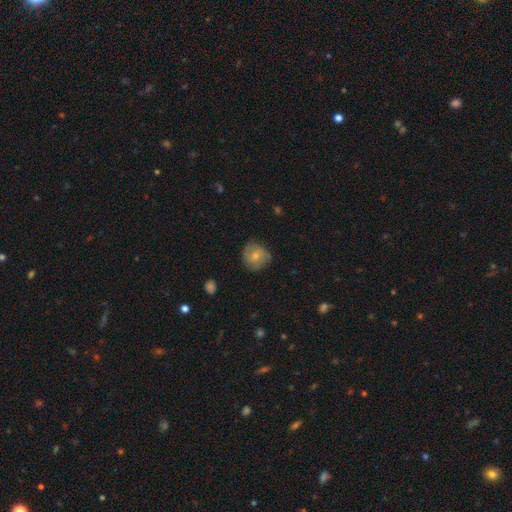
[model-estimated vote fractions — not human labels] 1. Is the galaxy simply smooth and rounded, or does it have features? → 68% smooth, 24% featured or disk, 8% star or artifact.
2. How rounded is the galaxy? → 86% round, 13% in between, 1% cigar-shaped.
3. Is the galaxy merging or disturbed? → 71% none, 22% minor disturbance, 5% major disturbance, 1% merger.